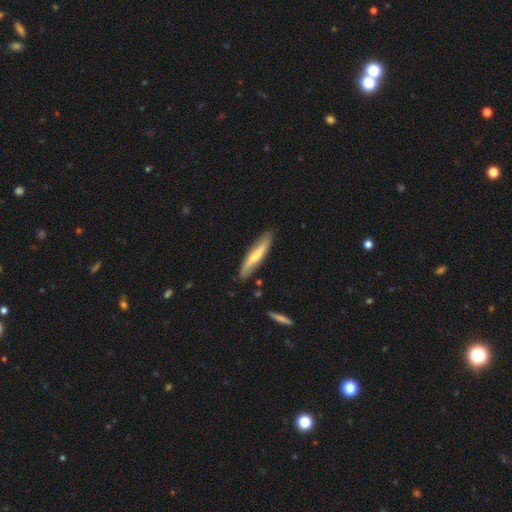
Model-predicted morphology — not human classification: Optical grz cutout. It shows a smooth galaxy with no disk features (53%) that is cigar-shaped (87%). Merging: none (78%).